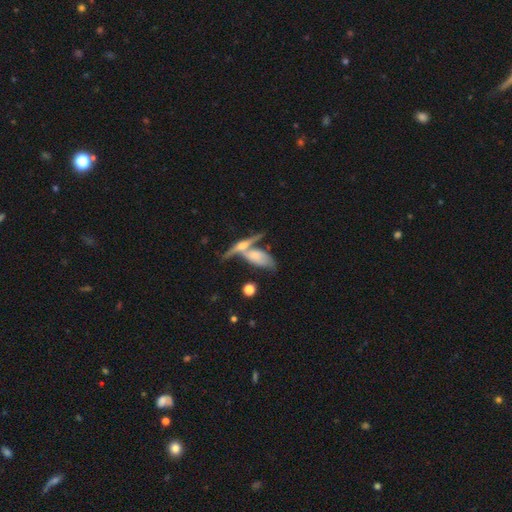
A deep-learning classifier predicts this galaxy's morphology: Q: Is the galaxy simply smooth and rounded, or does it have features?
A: featured or disk — 50%.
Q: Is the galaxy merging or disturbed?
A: merger — 47%.